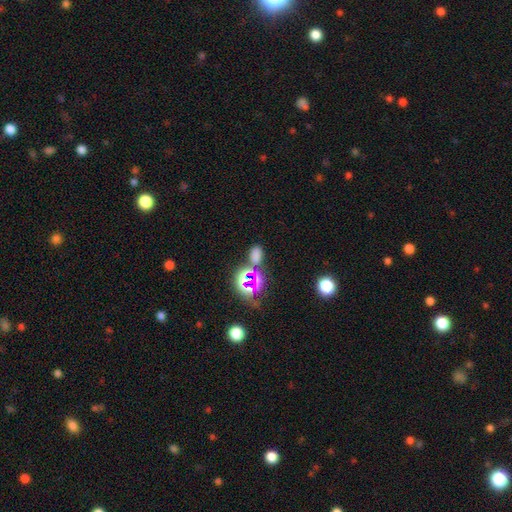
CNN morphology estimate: This is possibly a smooth galaxy (56%). How rounded: clearly in between (82%). Merging: likely none (65%).